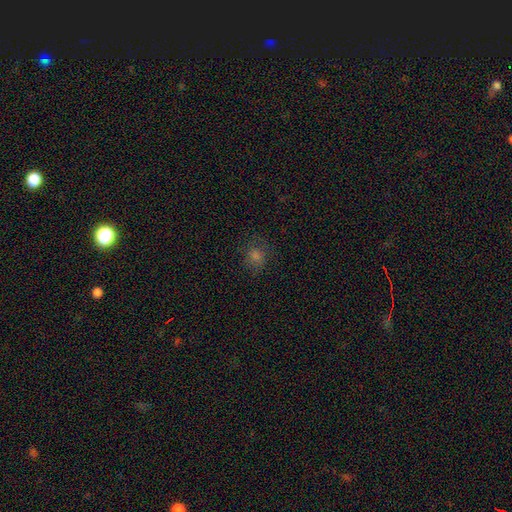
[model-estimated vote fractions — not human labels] Overall: smooth (61%; star or artifact 27%). How rounded: round (78%). Merging: none (79%).